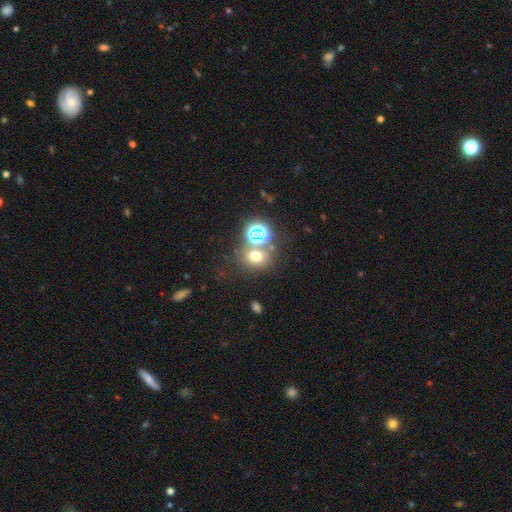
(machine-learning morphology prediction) Smooth or featured? smooth (62%)
How rounded? round (65%)
Merging? none (62%)